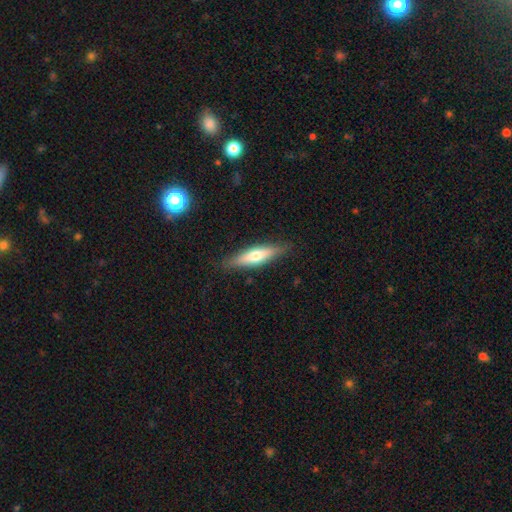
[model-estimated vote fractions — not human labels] smooth 55%, featured or disk 39%, star or artifact 6%. Down the decision tree: how rounded — cigar-shaped (68%); merging — none (86%).